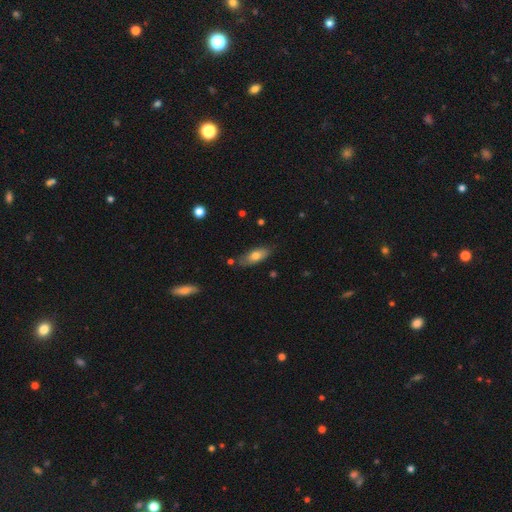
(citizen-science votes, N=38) Smooth or featured? 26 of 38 (68%) said smooth. How rounded? 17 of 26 (65%) said in between. Merging? 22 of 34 (65%) said none.